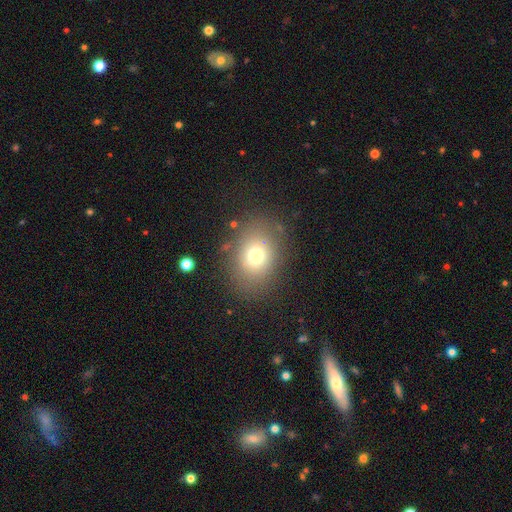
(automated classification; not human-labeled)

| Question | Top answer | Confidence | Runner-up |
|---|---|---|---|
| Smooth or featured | smooth | 71% | star or artifact (15%) |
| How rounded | in between | 58% | round (41%) |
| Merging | none | 80% | minor disturbance (12%) |